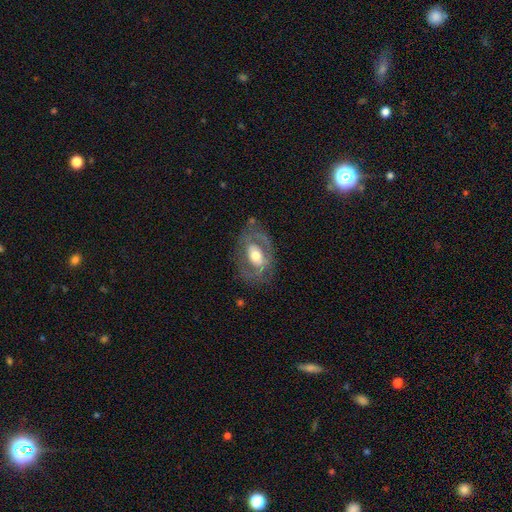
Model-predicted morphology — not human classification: A featured or disk galaxy (69%) with no bar (47%), spiral arms (57%) and a moderate central bulge (64%). Merging: none (66%).